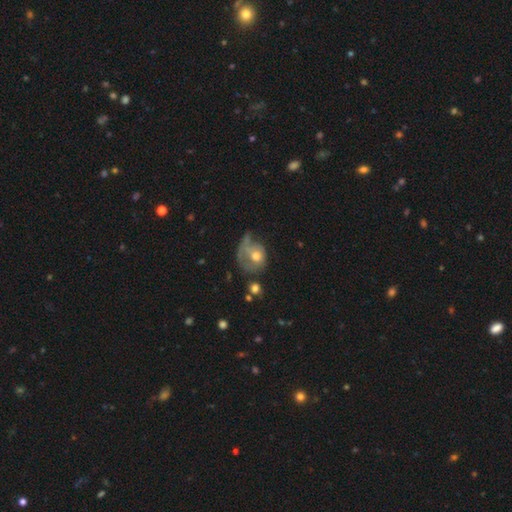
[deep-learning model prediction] smooth 51%, featured or disk 40%, star or artifact 10%. Down the decision tree: how rounded — round (58%); merging — major disturbance (47%).